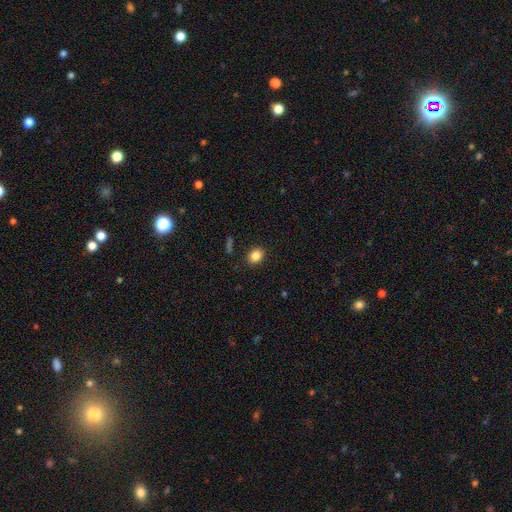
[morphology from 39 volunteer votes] Volunteers were most divided on "how rounded": round: 67%, in between: 33%, cigar-shaped: 0%. More confident: smooth or featured — smooth (92%); merging — none (86%).